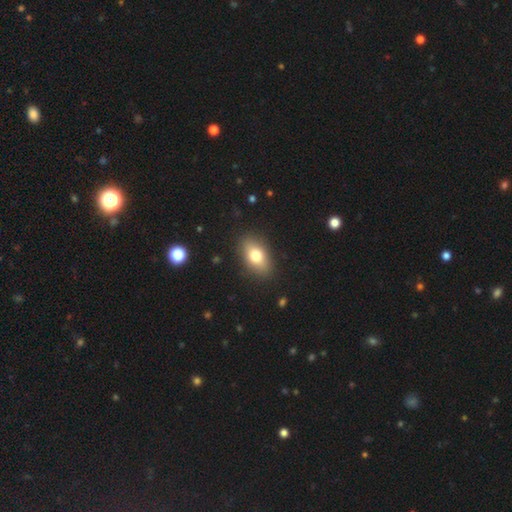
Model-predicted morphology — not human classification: Overall: smooth (78%). How rounded: in between (88%). Merging: none (87%).